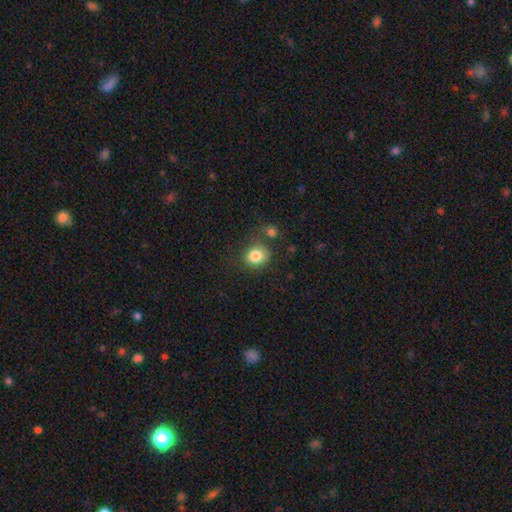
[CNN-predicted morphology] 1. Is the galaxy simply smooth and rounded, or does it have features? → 83% smooth, 10% star or artifact, 7% featured or disk.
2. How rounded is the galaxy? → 75% round, 24% in between, 1% cigar-shaped.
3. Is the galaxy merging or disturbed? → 65% none, 16% minor disturbance, 12% merger, 7% major disturbance.